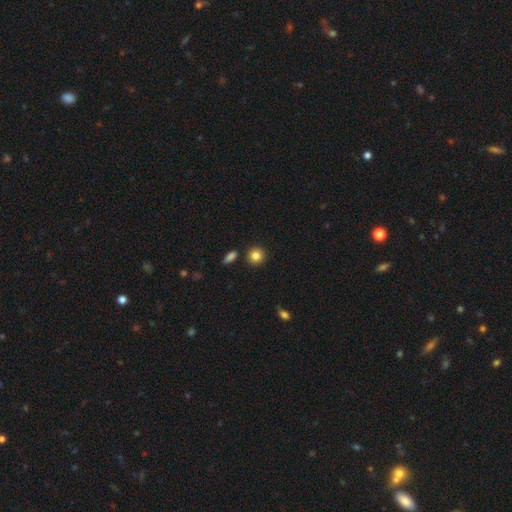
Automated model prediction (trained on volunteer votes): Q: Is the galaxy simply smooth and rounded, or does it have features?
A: smooth — 85%.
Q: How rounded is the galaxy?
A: round — 90%.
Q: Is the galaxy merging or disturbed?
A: none — 87%.